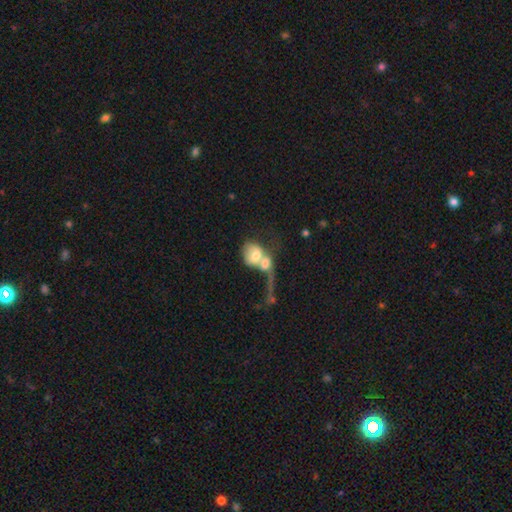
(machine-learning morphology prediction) A smooth galaxy with no disk features (57%) that is in between round and cigar-shaped (51%). Merging: merger (72%).